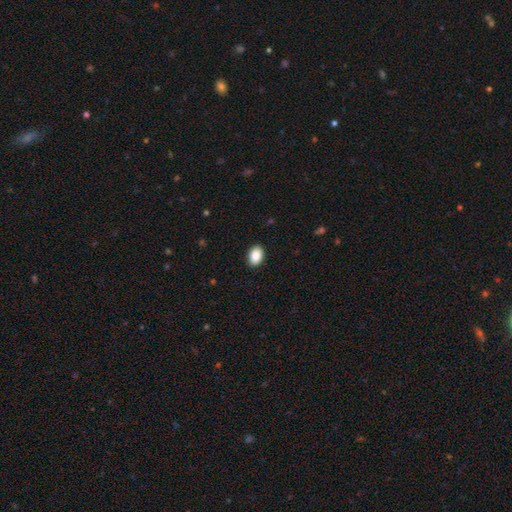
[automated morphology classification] The model was most divided on "how rounded": in between: 84%, round: 15%, cigar-shaped: 1%. More confident: merging — none (91%); smooth or featured — smooth (89%).